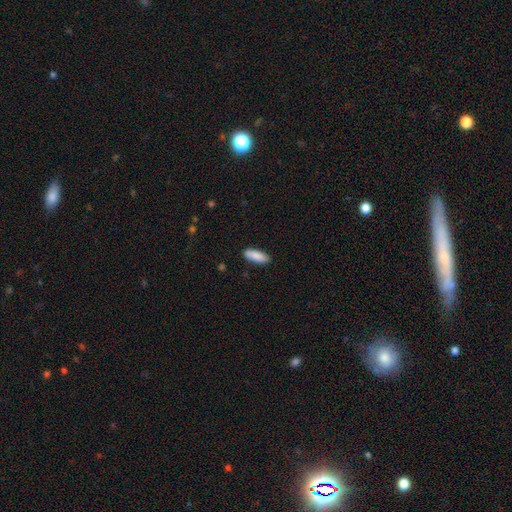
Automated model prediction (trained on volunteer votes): The model was most divided on "how rounded": in between: 69%, cigar-shaped: 29%, round: 2%. More confident: smooth or featured — smooth (88%); merging — none (87%).